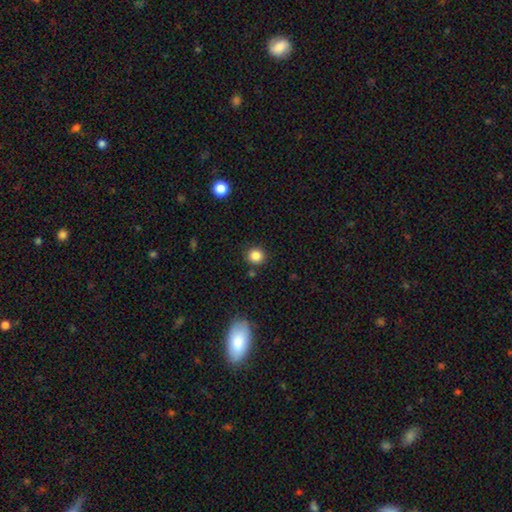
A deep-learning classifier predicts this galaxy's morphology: Overall: smooth (84%). How rounded: round (88%). Merging: none (88%).